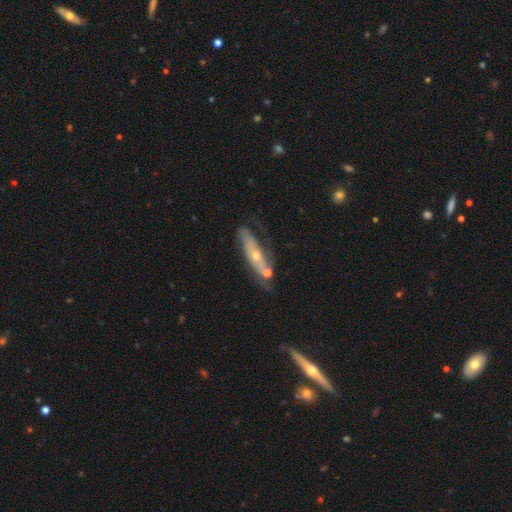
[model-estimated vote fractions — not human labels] Smooth or featured: featured or disk — 64% (smooth — 29%)
Edge-on disk: no — 58% (yes — 42%)
Merging: none — 54% (minor disturbance — 23%)